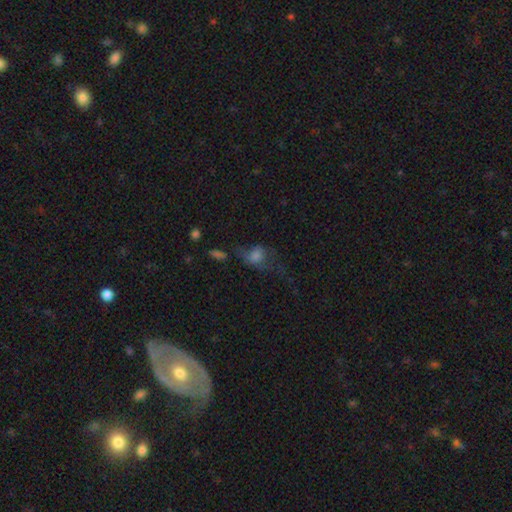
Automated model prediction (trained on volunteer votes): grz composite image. It shows a smooth galaxy with no disk features (55%) that is in between round and cigar-shaped (56%). Merging: major disturbance (44%).